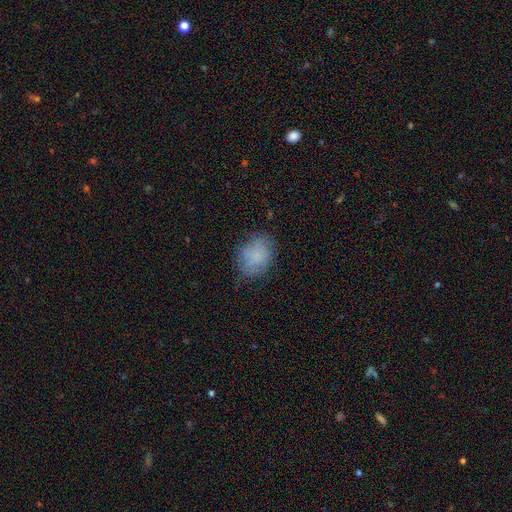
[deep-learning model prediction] A smooth galaxy with no disk features (71%) that is in between round and cigar-shaped (60%). Merging: none (69%).